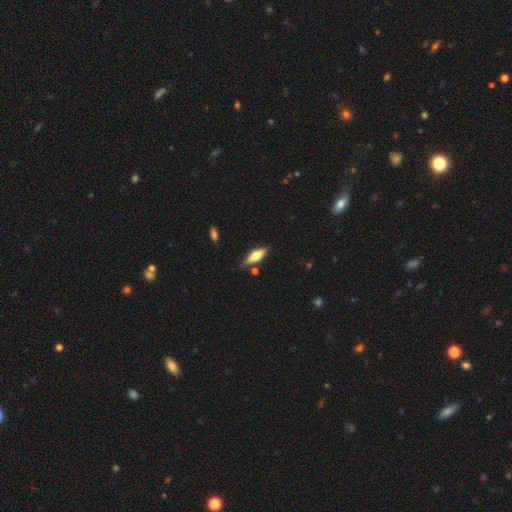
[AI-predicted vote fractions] Q: Smooth or featured?
A: smooth (54%); runner-up: featured or disk (40%)
Q: How rounded?
A: in between (55%); runner-up: cigar-shaped (43%)
Q: Merging?
A: none (79%); runner-up: minor disturbance (14%)